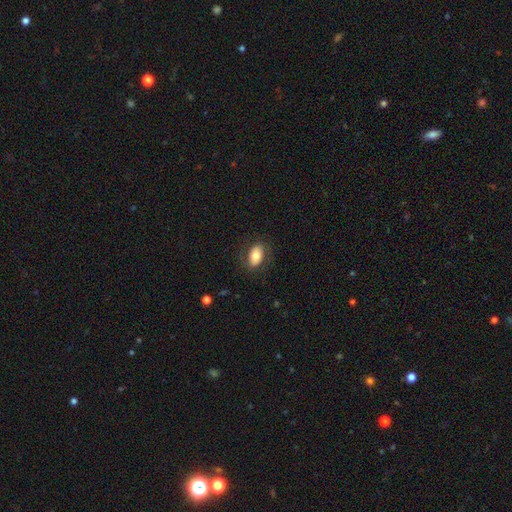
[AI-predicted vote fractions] Q: Smooth or featured?
A: smooth (74%); runner-up: featured or disk (19%)
Q: How rounded?
A: in between (90%); runner-up: round (8%)
Q: Merging?
A: none (80%); runner-up: minor disturbance (13%)